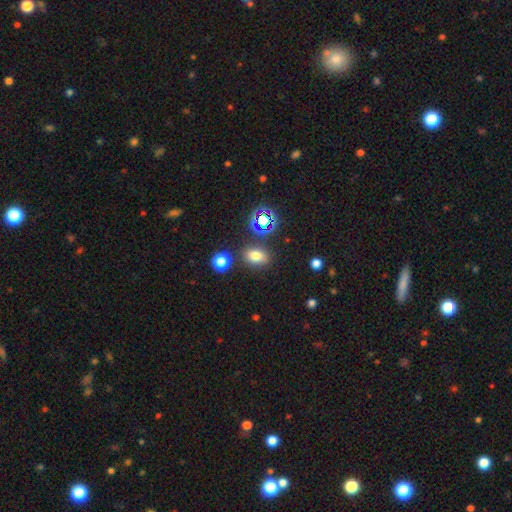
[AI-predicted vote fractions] smooth_or_featured: smooth (p=0.71) [alt: star or artifact p=0.20]
how_rounded: in between (p=0.72) [alt: round p=0.27]
merging: none (p=0.80) [alt: minor disturbance p=0.10]